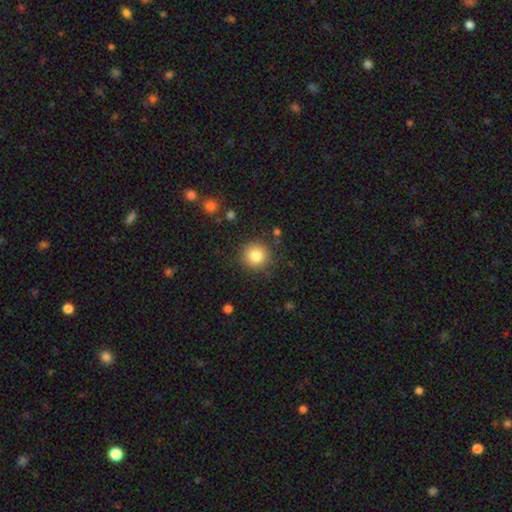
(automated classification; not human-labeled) Overall: smooth (82%). How rounded: round (94%). Merging: none (86%).